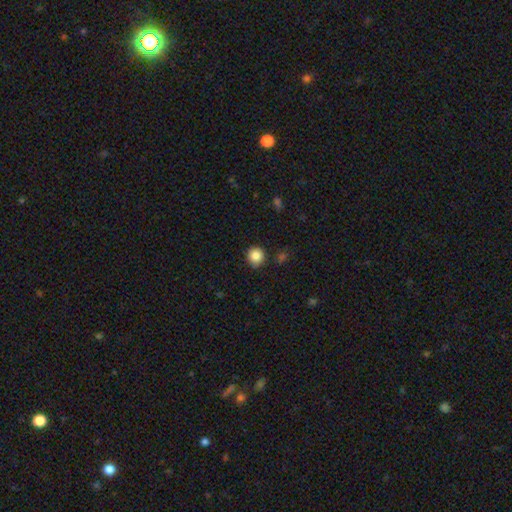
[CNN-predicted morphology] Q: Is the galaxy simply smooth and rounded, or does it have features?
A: smooth — 85%.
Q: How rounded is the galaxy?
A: round — 93%.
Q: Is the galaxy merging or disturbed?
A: none — 87%.